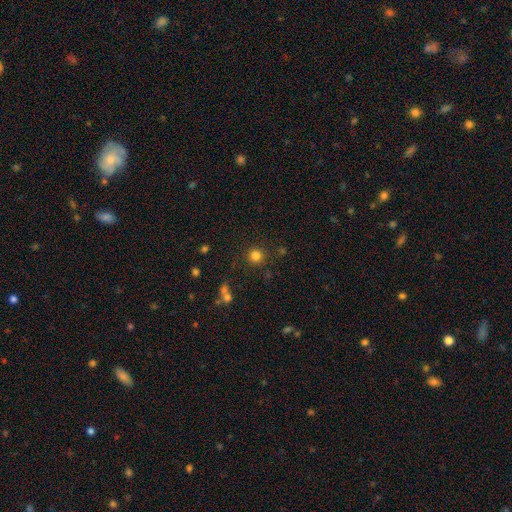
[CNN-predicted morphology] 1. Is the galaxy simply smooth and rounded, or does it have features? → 81% smooth, 14% star or artifact, 5% featured or disk.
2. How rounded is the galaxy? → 94% round, 5% in between, 1% cigar-shaped.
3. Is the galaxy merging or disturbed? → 87% none, 7% minor disturbance, 3% merger, 3% major disturbance.